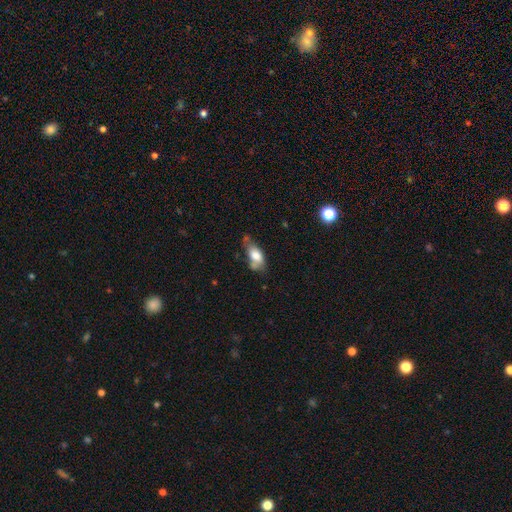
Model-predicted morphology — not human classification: type=smooth (73%); roundness=in between (87%); merging=none (37%).